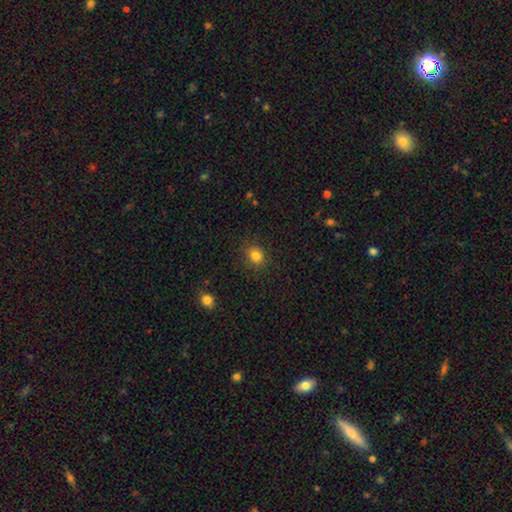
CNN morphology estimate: type=smooth (82%); roundness=round (74%); merging=none (85%).